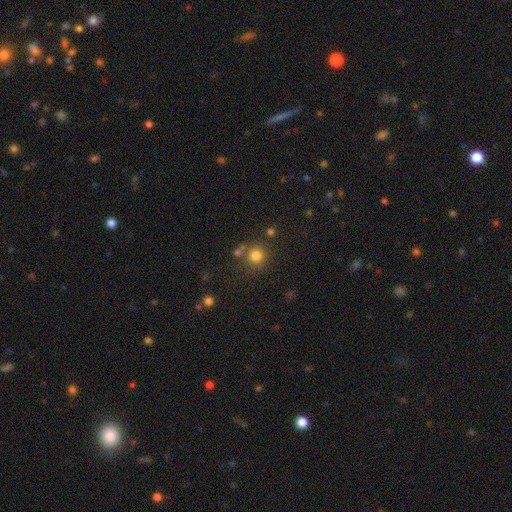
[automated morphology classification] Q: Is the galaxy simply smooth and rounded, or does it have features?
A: smooth — 79%.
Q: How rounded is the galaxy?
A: round — 92%.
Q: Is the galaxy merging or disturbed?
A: none — 74%.